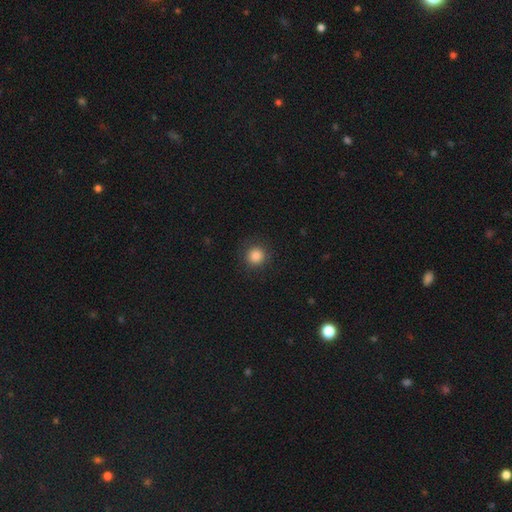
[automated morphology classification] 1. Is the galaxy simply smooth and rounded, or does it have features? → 86% smooth, 10% star or artifact, 4% featured or disk.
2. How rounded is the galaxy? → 93% round, 6% in between, 1% cigar-shaped.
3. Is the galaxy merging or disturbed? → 89% none, 7% minor disturbance, 3% major disturbance, 1% merger.